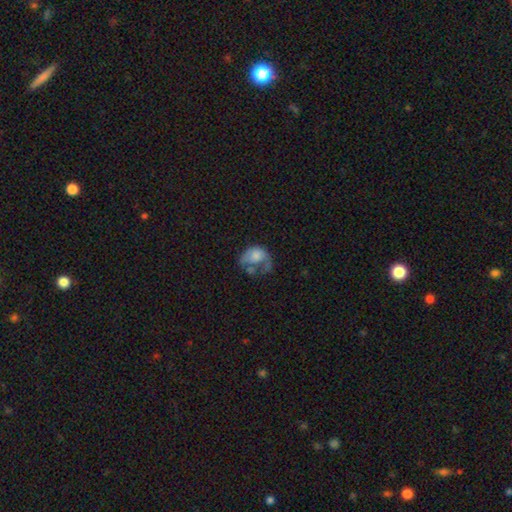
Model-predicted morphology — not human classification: This appears to be a smooth galaxy with no disk features (51%) that is in between round and cigar-shaped (63%). Merging: major disturbance (49%).